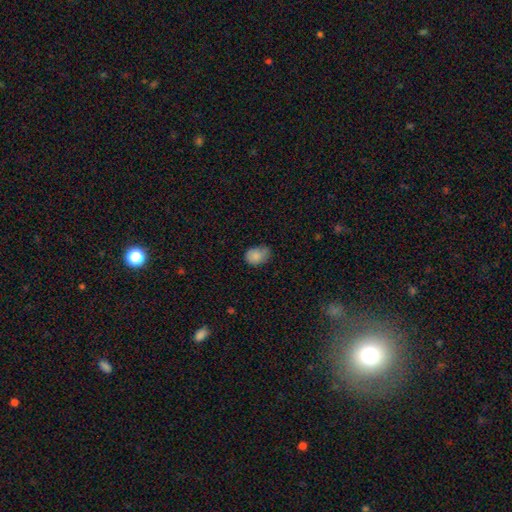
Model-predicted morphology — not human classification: Smooth or featured? smooth (84%)
How rounded? in between (68%)
Merging? none (55%)